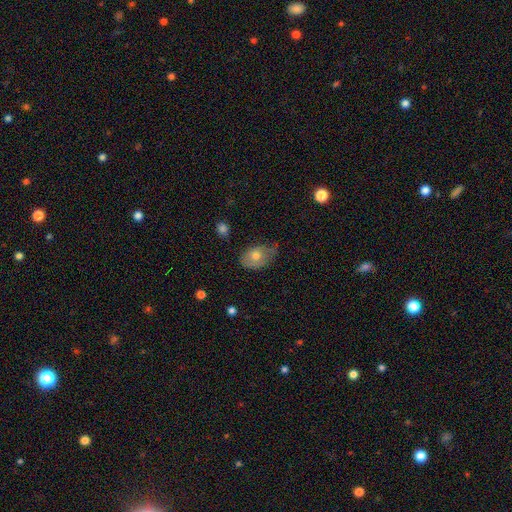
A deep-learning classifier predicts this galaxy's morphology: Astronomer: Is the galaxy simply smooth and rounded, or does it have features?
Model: smooth — 68%.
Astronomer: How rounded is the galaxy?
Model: in between — 81%.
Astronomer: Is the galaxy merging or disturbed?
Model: none — 45% (runner-up: minor disturbance, 40%).